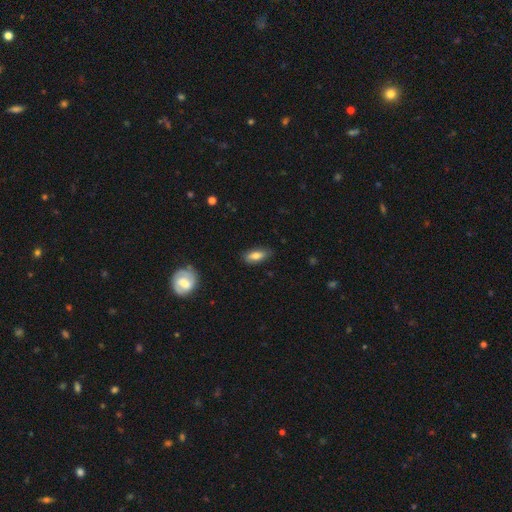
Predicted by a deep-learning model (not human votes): Smooth or featured? smooth (75%)
How rounded? in between (80%)
Merging? none (81%)